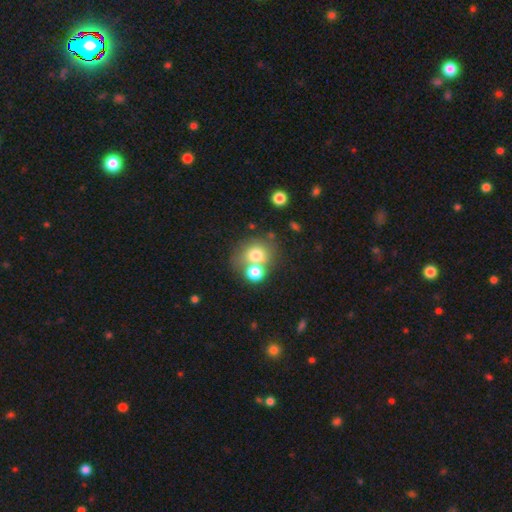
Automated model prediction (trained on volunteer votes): Smooth or featured?
  - smooth: 71% *
  - featured or disk: 16%
  - star or artifact: 12%
How rounded?
  - round: 70% *
  - in between: 29%
  - cigar-shaped: 1%
Merging?
  - none: 44% *
  - merger: 41%
  - minor disturbance: 10%
  - major disturbance: 5%